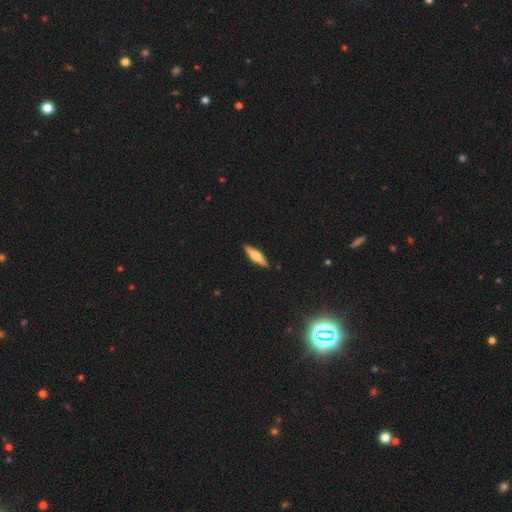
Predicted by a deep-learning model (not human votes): smooth-or-featured: smooth: 49% | featured or disk: 45% | star or artifact: 6%
  merging: none: 90% | minor disturbance: 7% | major disturbance: 1% | merger: 1%